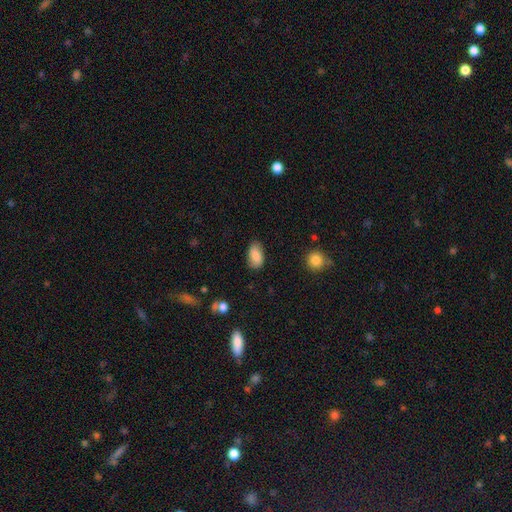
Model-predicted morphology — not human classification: Smooth or featured? smooth (84%)
How rounded? in between (93%)
Merging? none (80%)